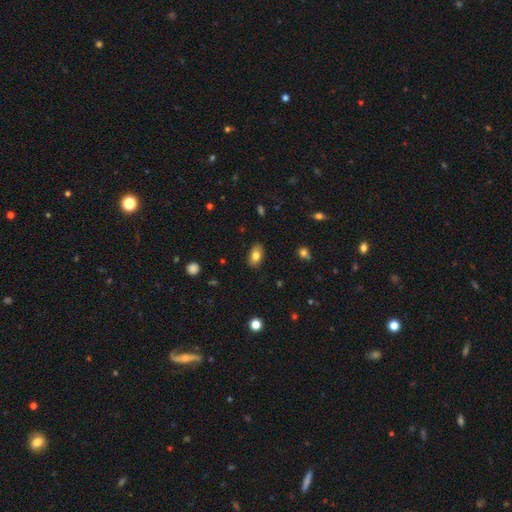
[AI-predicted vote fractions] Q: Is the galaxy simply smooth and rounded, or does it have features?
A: smooth — 79%.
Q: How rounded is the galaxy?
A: in between — 90%.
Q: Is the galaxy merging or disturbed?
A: none — 86%.